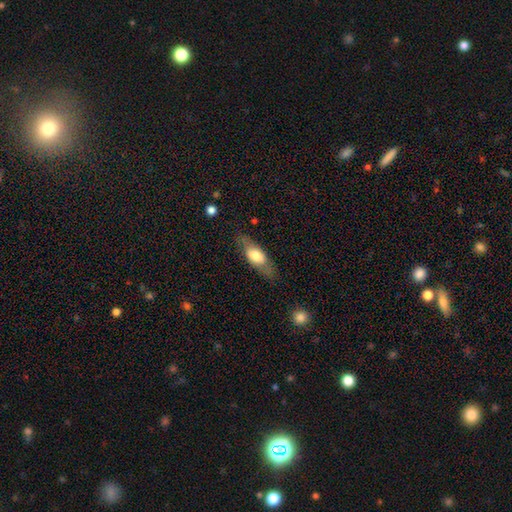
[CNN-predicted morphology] Smooth or featured? smooth (58%)
How rounded? in between (68%)
Merging? none (77%)